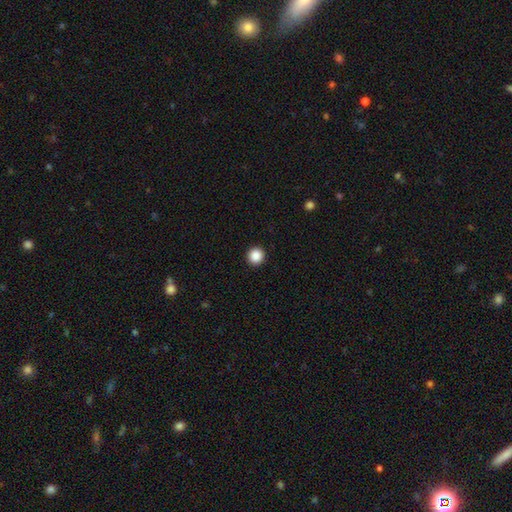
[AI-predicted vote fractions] Morphology: type=smooth (88%); roundness=round (95%); merging=none (94%).